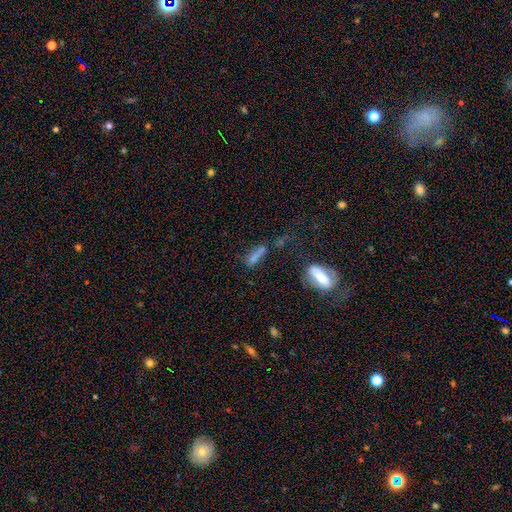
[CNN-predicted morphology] Smooth or featured? Predicted: smooth (p=0.65). How rounded? Predicted: cigar-shaped (p=0.58). Merging? Predicted: none (p=0.43).